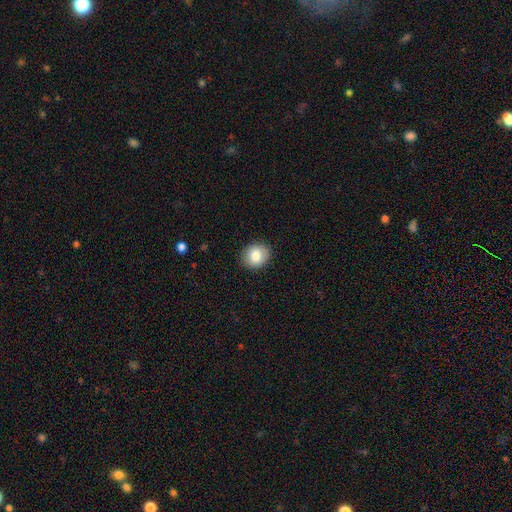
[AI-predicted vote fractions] Smooth or featured: smooth — 83% (featured or disk — 9%)
How rounded: round — 59% (in between — 40%)
Merging: none — 88% (minor disturbance — 8%)